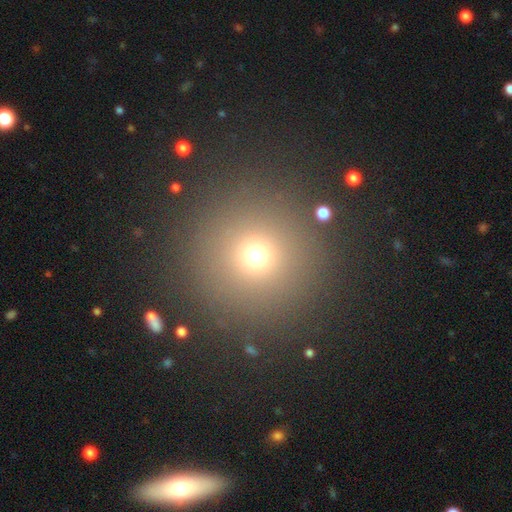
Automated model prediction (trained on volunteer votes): A smooth galaxy with no disk features (68%) that is round (96%). Merging: none (90%).